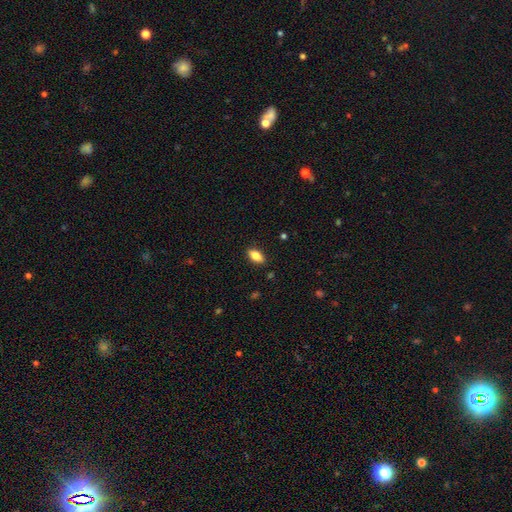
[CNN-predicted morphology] Smooth or featured? smooth (81%)
How rounded? in between (89%)
Merging? none (88%)